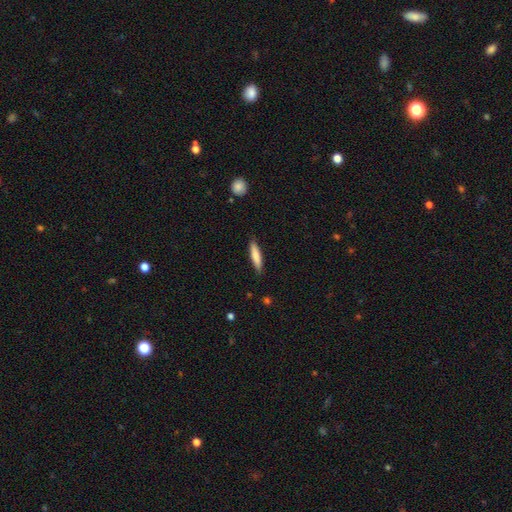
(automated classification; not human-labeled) smooth_or_featured: smooth (p=0.79) [alt: featured or disk p=0.16]
how_rounded: cigar-shaped (p=0.84) [alt: in between p=0.15]
merging: none (p=0.87) [alt: minor disturbance p=0.10]